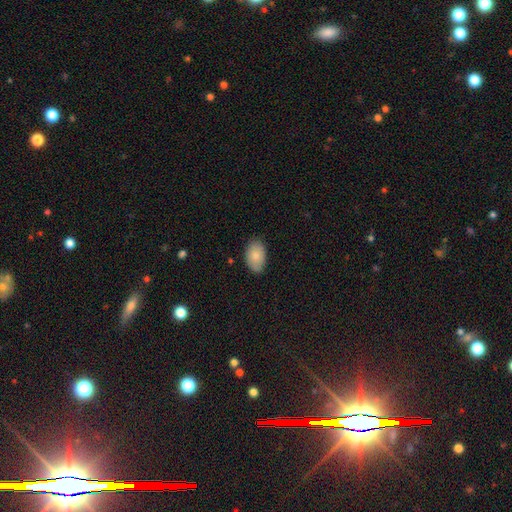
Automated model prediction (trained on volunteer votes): Smooth or featured? smooth (82%)
How rounded? in between (91%)
Merging? none (80%)